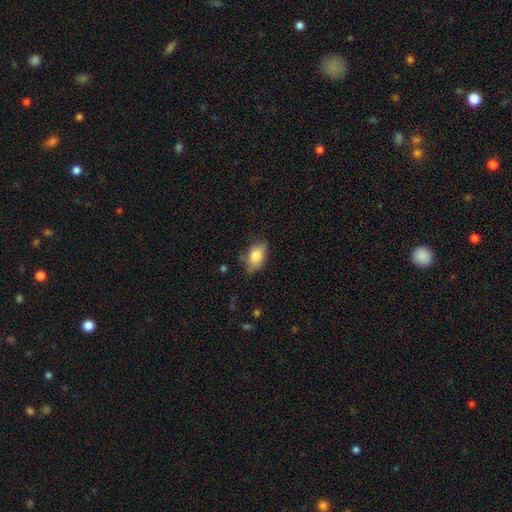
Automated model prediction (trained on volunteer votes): The model was most divided on "merging": none: 65%, minor disturbance: 27%, major disturbance: 6%, merger: 2%. More confident: how rounded — in between (89%); smooth or featured — smooth (83%).